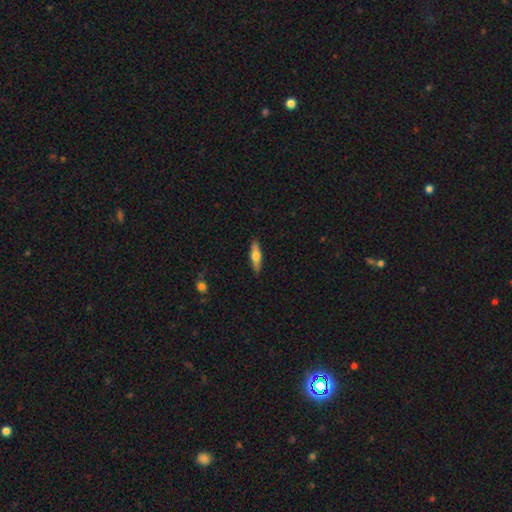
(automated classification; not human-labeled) Q: Smooth or featured?
A: smooth (54%); runner-up: featured or disk (40%)
Q: How rounded?
A: cigar-shaped (65%); runner-up: in between (33%)
Q: Merging?
A: none (88%); runner-up: minor disturbance (9%)